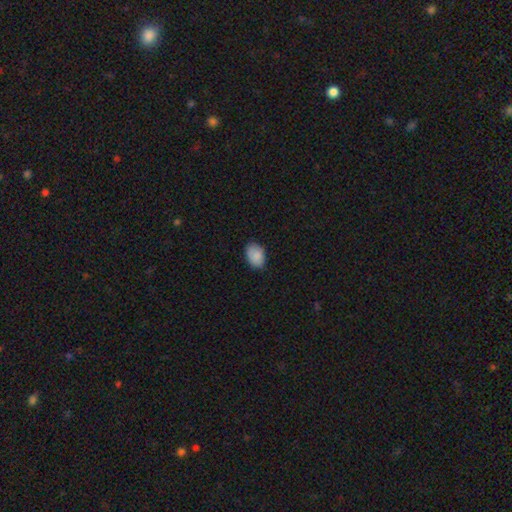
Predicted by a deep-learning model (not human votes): smooth_or_featured: smooth (p=0.89) [alt: star or artifact p=0.07]
how_rounded: in between (p=0.83) [alt: round p=0.16]
merging: none (p=0.80) [alt: minor disturbance p=0.17]